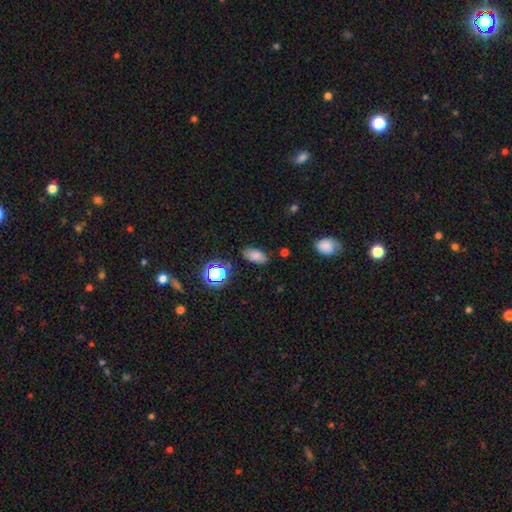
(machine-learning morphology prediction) type=smooth (78%); roundness=in between (90%); merging=none (80%).